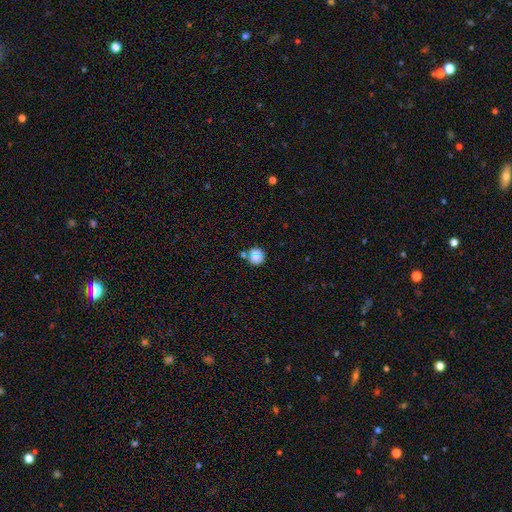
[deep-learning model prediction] A smooth galaxy with no disk features (72%) that is round (93%).

Vote fractions:
- Smooth or featured? smooth: 72% / star or artifact: 17% / featured or disk: 11%
- How rounded? round: 93% / in between: 6% / cigar-shaped: 1%
- Merging? none: 76% / minor disturbance: 11% / merger: 9% / major disturbance: 4%